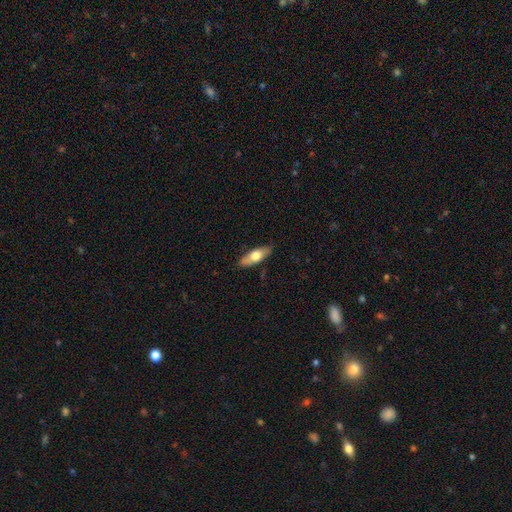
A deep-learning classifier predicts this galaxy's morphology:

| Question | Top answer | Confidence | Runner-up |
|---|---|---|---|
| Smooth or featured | smooth | 62% | featured or disk (32%) |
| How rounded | in between | 64% | cigar-shaped (33%) |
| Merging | none | 86% | minor disturbance (11%) |